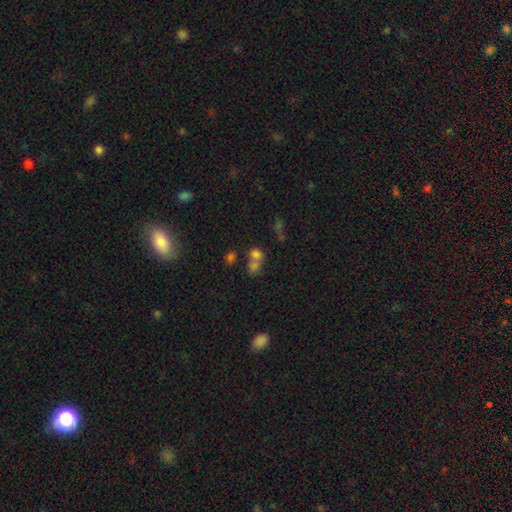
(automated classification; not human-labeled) Smooth or featured? smooth (69%)
How rounded? round (65%)
Merging? merger (57%)